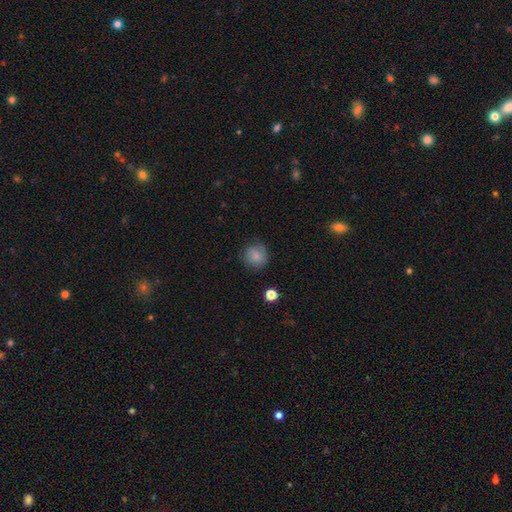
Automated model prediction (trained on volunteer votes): A smooth galaxy with no disk features (82%) that is round (87%). Merging: none (78%).